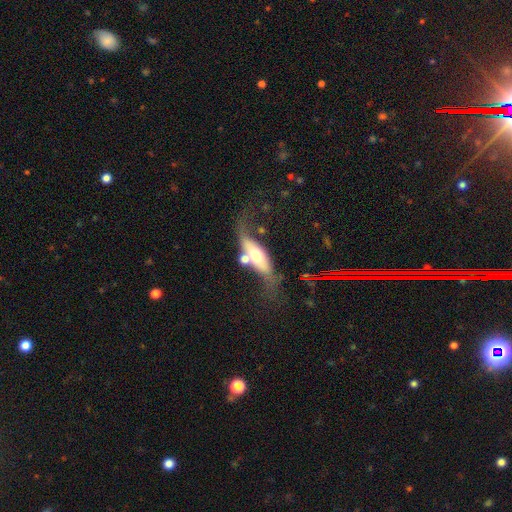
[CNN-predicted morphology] featured or disk 51%, smooth 42%, star or artifact 7%. Down the decision tree: edge-on disk — no (59%); merging — none (33%).